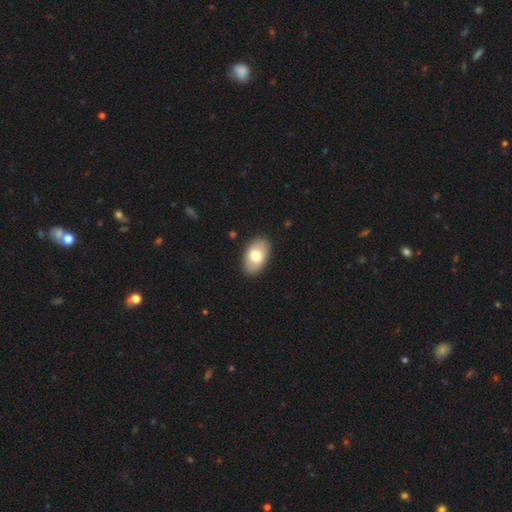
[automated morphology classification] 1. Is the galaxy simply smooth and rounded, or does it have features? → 75% smooth, 18% featured or disk, 6% star or artifact.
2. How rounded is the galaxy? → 92% in between, 7% round, 1% cigar-shaped.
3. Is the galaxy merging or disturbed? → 88% none, 9% minor disturbance, 2% major disturbance, 1% merger.